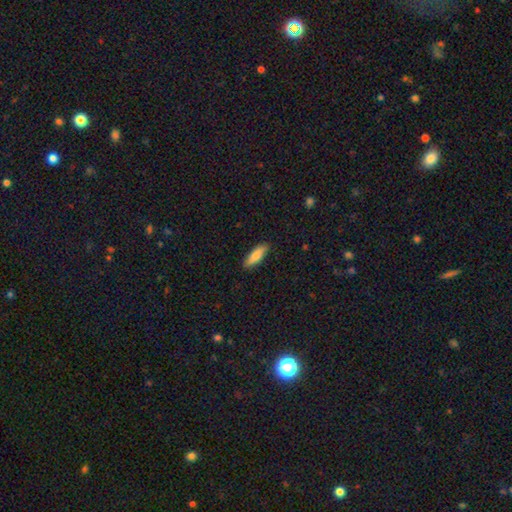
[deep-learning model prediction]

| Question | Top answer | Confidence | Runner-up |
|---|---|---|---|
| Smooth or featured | smooth | 83% | featured or disk (11%) |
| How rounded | cigar-shaped | 50% | in between (48%) |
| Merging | none | 89% | minor disturbance (9%) |